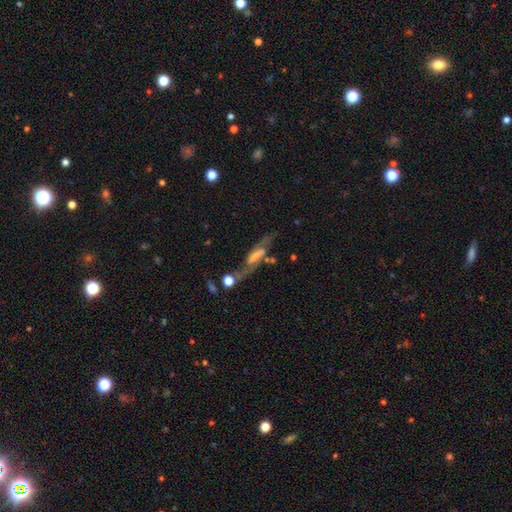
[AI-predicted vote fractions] smooth_or_featured: featured or disk (p=0.73) [alt: smooth p=0.20]
disk_edge_on: no (p=0.78) [alt: yes p=0.22]
bar: strong (p=0.41) [alt: weak p=0.36]
has_spiral_arms: yes (p=0.86) [alt: no p=0.14]
bulge_size: none (p=0.37) [alt: small p=0.24]
merging: none (p=0.51) [alt: minor disturbance p=0.20]